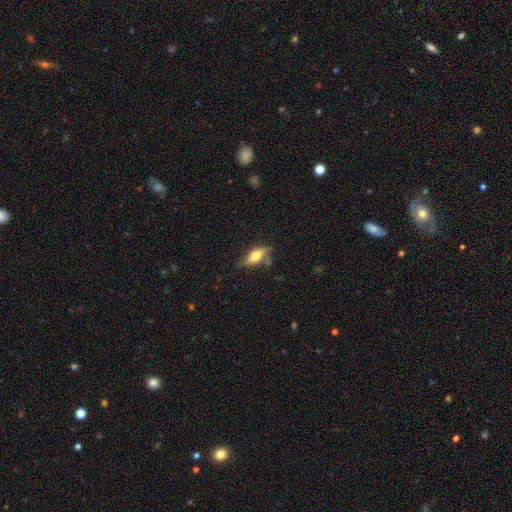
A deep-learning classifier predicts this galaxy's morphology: Q: Smooth or featured?
A: smooth (51%); runner-up: featured or disk (41%)
Q: How rounded?
A: in between (64%); runner-up: cigar-shaped (32%)
Q: Merging?
A: none (53%); runner-up: minor disturbance (26%)